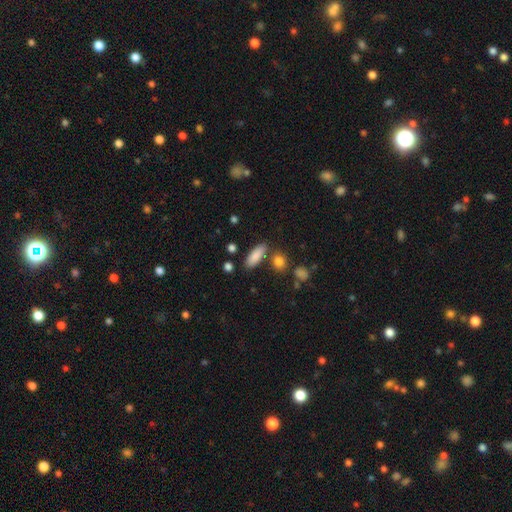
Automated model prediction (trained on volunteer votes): This appears to be a smooth galaxy with no disk features (87%) that is in between round and cigar-shaped (69%). Merging: none (79%).